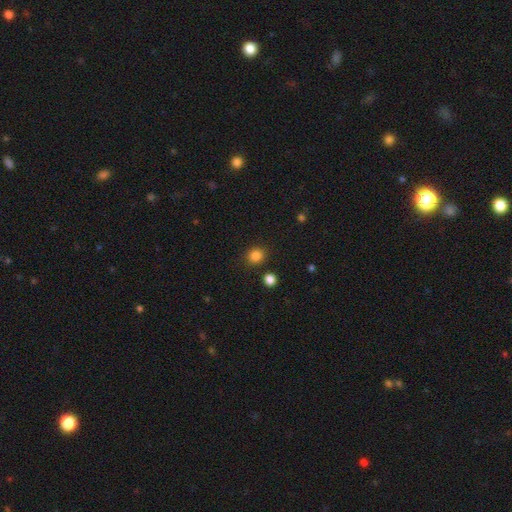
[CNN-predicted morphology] Q: Smooth or featured?
A: smooth (85%); runner-up: star or artifact (12%)
Q: How rounded?
A: round (79%); runner-up: in between (20%)
Q: Merging?
A: none (87%); runner-up: minor disturbance (7%)